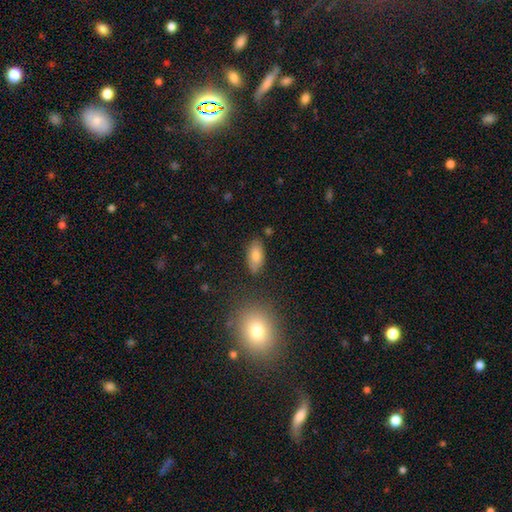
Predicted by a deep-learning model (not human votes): Overall: smooth (80%). How rounded: in between (89%). Merging: none (80%).